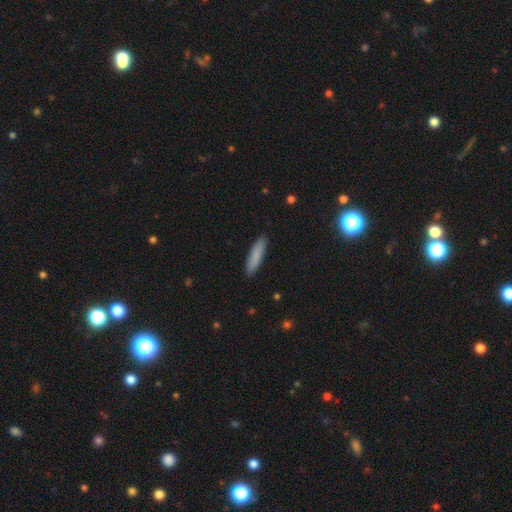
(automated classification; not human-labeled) A smooth galaxy with no disk features (85%) that is cigar-shaped (79%). Merging: none (90%).